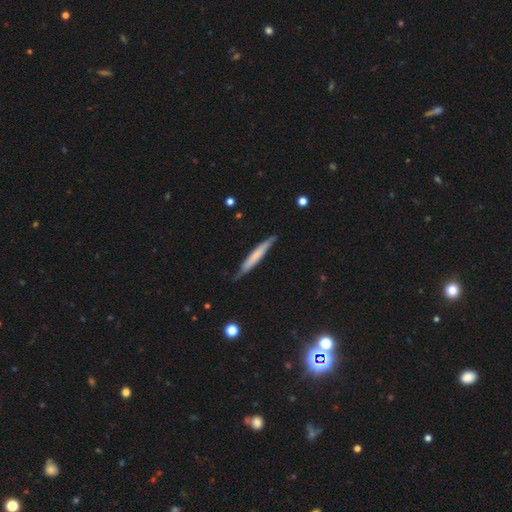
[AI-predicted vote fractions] Overall: smooth (57%; featured or disk 37%). How rounded: cigar-shaped (95%). Merging: none (74%).